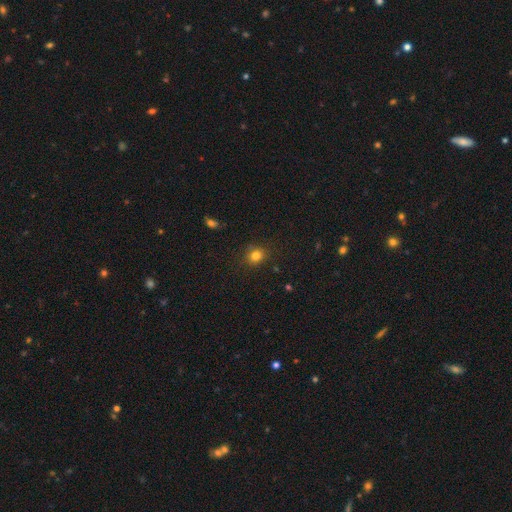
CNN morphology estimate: type=smooth (80%); roundness=round (76%); merging=none (86%).